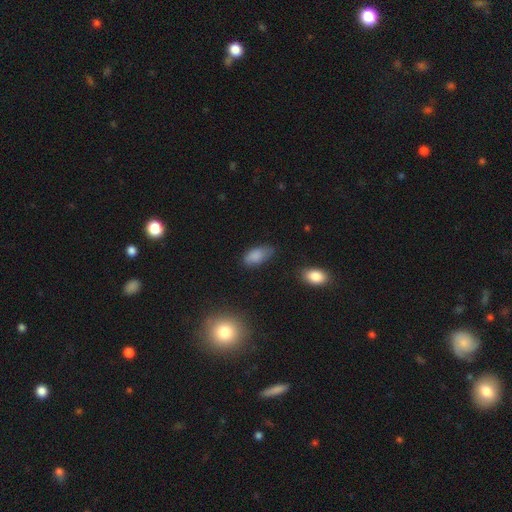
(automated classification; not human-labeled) Overall: smooth (84%). How rounded: in between (92%). Merging: none (62%; minor disturbance 29%).